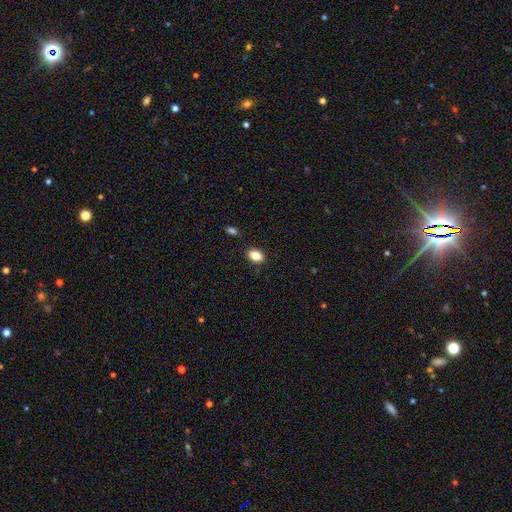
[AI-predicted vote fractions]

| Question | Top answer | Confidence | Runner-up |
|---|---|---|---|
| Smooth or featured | smooth | 85% | star or artifact (9%) |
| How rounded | in between | 83% | round (16%) |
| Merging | none | 87% | minor disturbance (9%) |